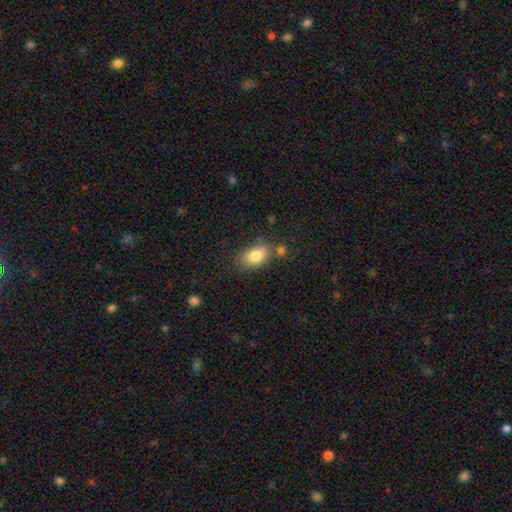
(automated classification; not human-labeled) smooth 81%, featured or disk 11%, star or artifact 8%. Down the decision tree: how rounded — in between (86%); merging — none (63%).